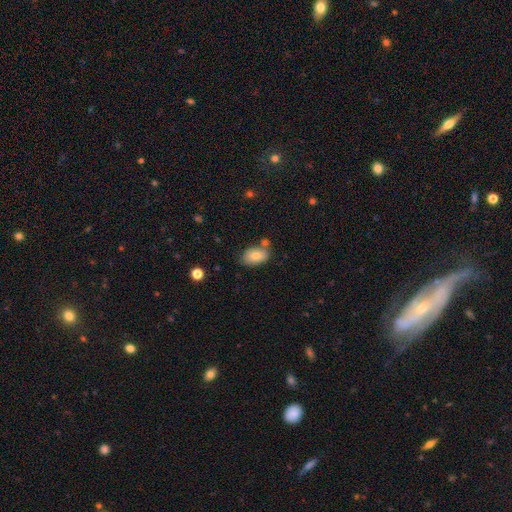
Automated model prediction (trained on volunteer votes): Overall: smooth (80%). How rounded: in between (91%). Merging: none (69%).